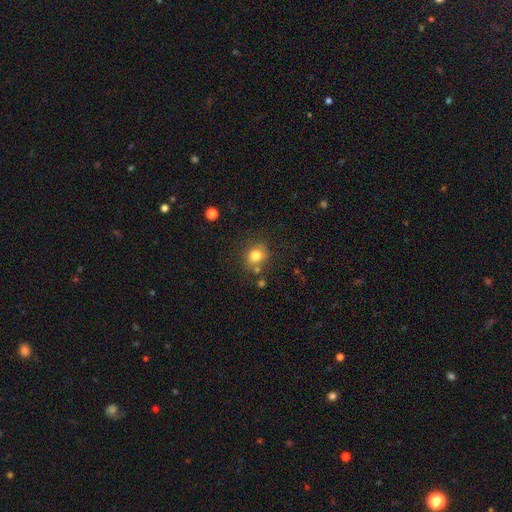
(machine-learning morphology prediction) This appears to be a smooth galaxy with no disk features (79%) that is round (71%). Merging: none (72%).